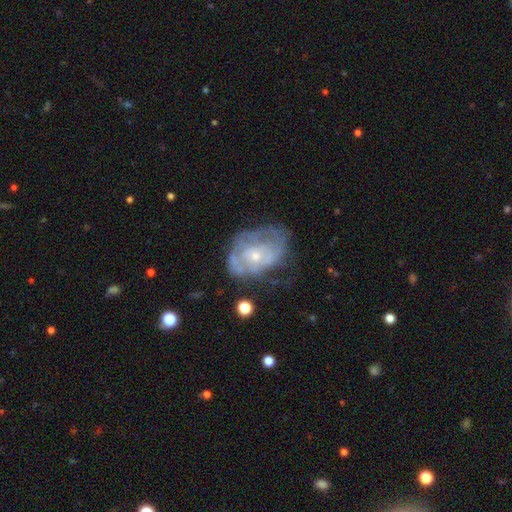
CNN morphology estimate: This is likely a featured or disk galaxy (69%). It is clearly not viewed edge-on (96%). Bar: likely no (80%). Spiral arm pattern: possibly yes (55%). Central bulge: likely small (61%). Merging: marginally none (43%).